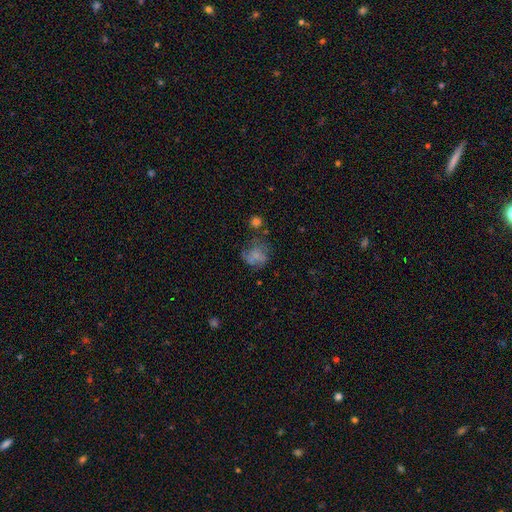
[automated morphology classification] A smooth galaxy with no disk features (58%) that is round (71%). Merging: none (46%).